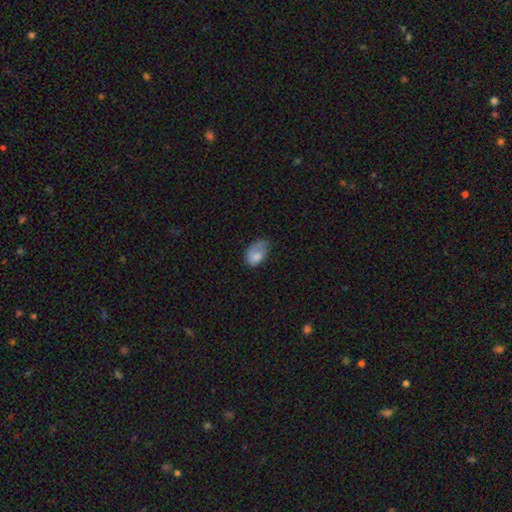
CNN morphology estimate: smooth-or-featured: smooth: 73% | featured or disk: 19% | star or artifact: 8%
  how-rounded: in between: 86% | round: 13% | cigar-shaped: 1%
  merging: minor disturbance: 37% | major disturbance: 31% | none: 28% | merger: 3%